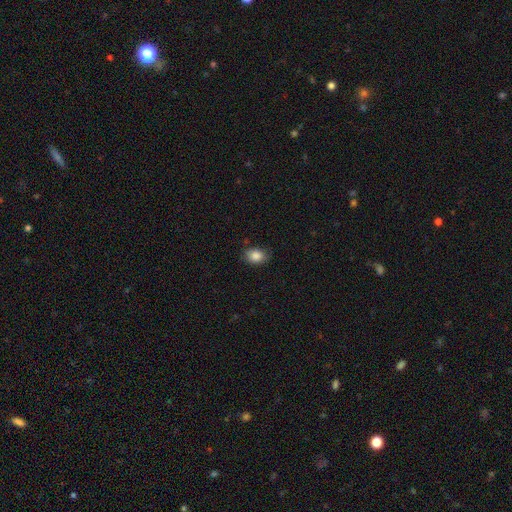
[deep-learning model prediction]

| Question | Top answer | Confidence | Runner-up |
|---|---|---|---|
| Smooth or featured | smooth | 86% | star or artifact (9%) |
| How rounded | in between | 68% | round (31%) |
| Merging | none | 80% | minor disturbance (16%) |